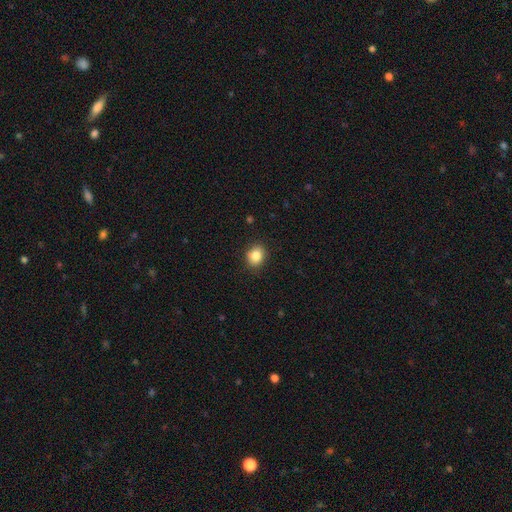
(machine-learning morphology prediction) The model was most divided on "how rounded": round: 63%, in between: 36%, cigar-shaped: 1%. More confident: merging — none (88%); smooth or featured — smooth (85%).